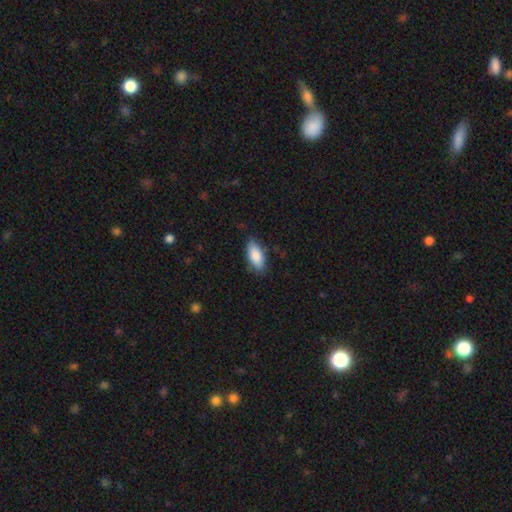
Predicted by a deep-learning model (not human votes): Q: Smooth or featured?
A: smooth (87%); runner-up: featured or disk (7%)
Q: How rounded?
A: in between (86%); runner-up: cigar-shaped (12%)
Q: Merging?
A: none (81%); runner-up: minor disturbance (15%)